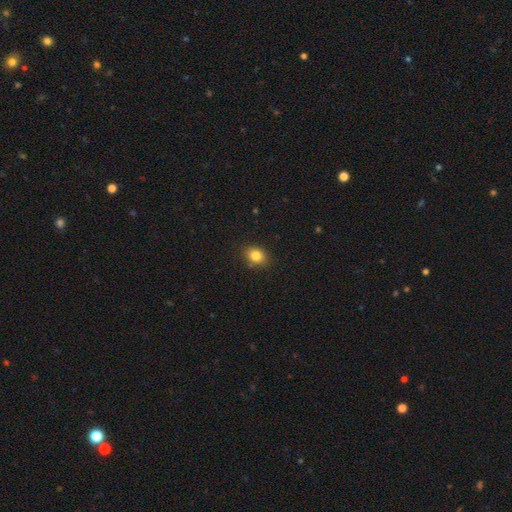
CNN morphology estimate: Smooth or featured? Predicted: smooth (p=0.82). How rounded? Predicted: in between (p=0.57). Merging? Predicted: none (p=0.83).